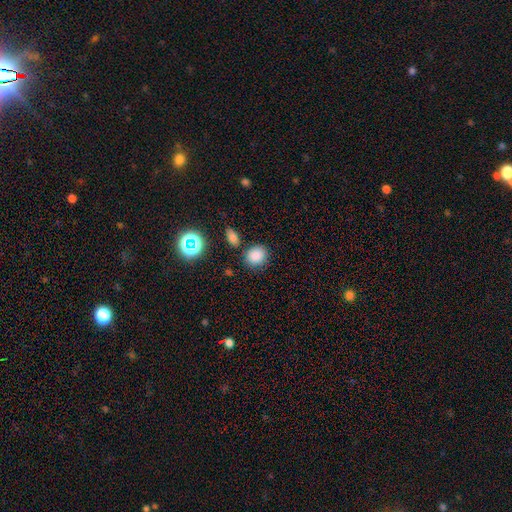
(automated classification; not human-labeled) smooth 82%, star or artifact 13%, featured or disk 5%. Down the decision tree: how rounded — round (69%); merging — none (78%).